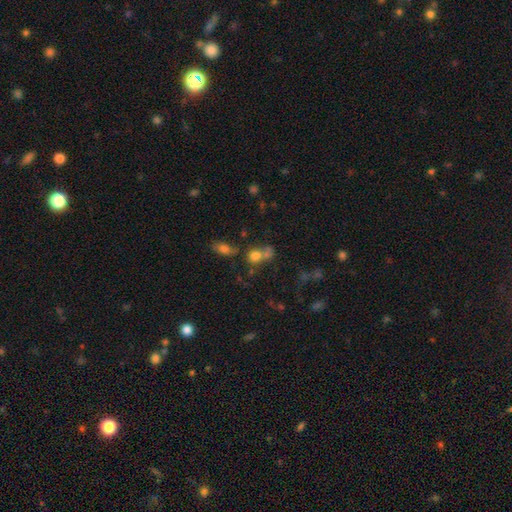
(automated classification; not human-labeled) Smooth or featured? Predicted: smooth (p=0.71). How rounded? Predicted: round (p=0.65). Merging? Predicted: merger (p=0.44).